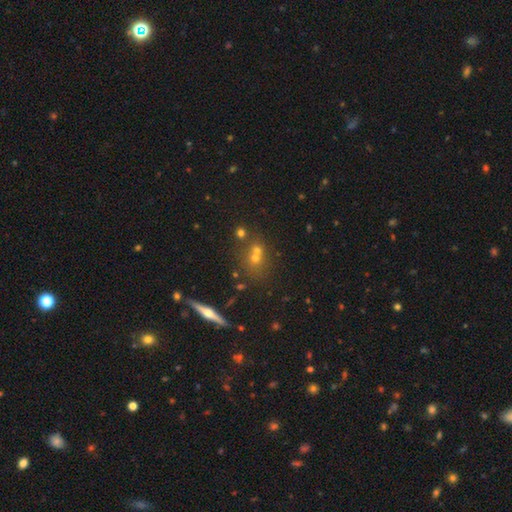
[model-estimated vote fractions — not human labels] The model was most divided on "smooth or featured": smooth: 42%, featured or disk: 29%, star or artifact: 29%. More confident: merging — none (53%).